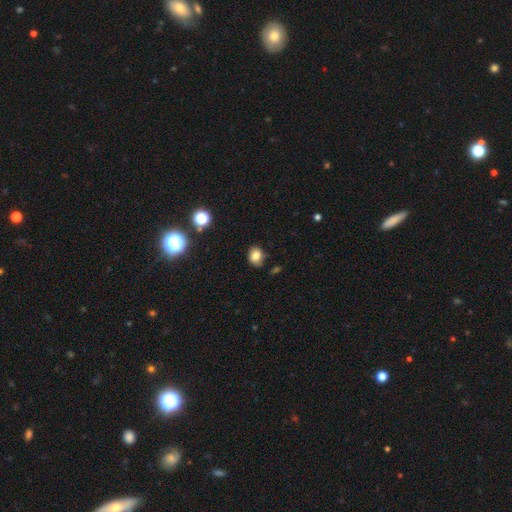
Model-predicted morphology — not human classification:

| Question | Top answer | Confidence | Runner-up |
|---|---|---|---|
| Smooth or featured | smooth | 79% | star or artifact (13%) |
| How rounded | round | 52% | in between (47%) |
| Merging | none | 75% | minor disturbance (18%) |